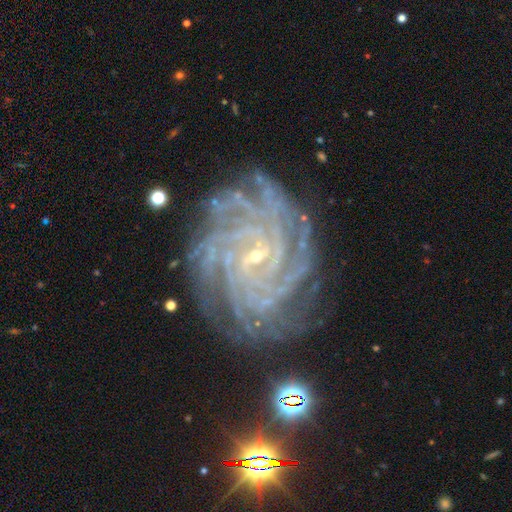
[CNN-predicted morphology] smooth_or_featured: featured or disk (p=0.91) [alt: star or artifact p=0.06]
disk_edge_on: no (p=0.98) [alt: yes p=0.02]
bar: no (p=0.46) [alt: weak p=0.37]
has_spiral_arms: yes (p=0.99) [alt: no p=0.01]
spiral_winding: tight (p=0.83) [alt: medium p=0.15]
spiral_arm_count: more than 4 (p=0.39) [alt: 4 p=0.22]
bulge_size: small (p=0.84) [alt: moderate p=0.11]
merging: none (p=0.81) [alt: minor disturbance p=0.13]